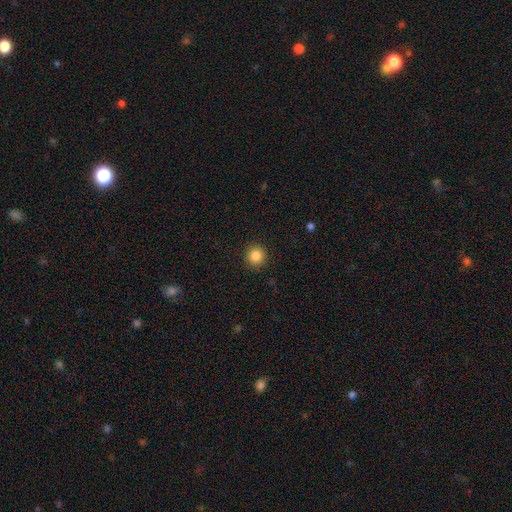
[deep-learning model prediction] Overall: smooth (86%). How rounded: round (93%). Merging: none (92%).